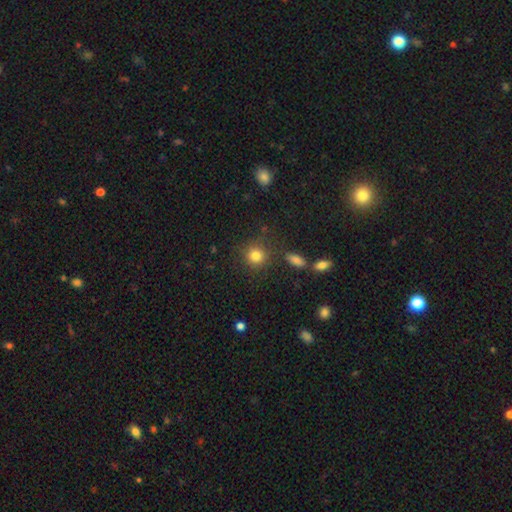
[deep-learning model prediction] This appears to be a smooth galaxy with no disk features (82%) that is round (89%). Merging: none (81%).